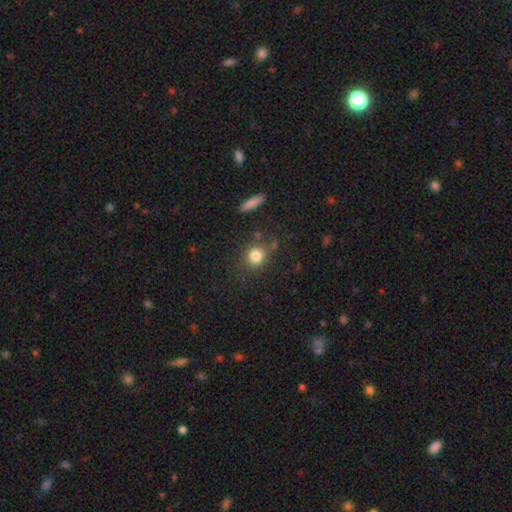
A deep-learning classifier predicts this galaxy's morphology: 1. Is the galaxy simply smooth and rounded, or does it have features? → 82% smooth, 11% star or artifact, 7% featured or disk.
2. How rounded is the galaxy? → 80% round, 18% in between, 2% cigar-shaped.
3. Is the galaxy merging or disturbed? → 77% none, 13% minor disturbance, 6% merger, 5% major disturbance.